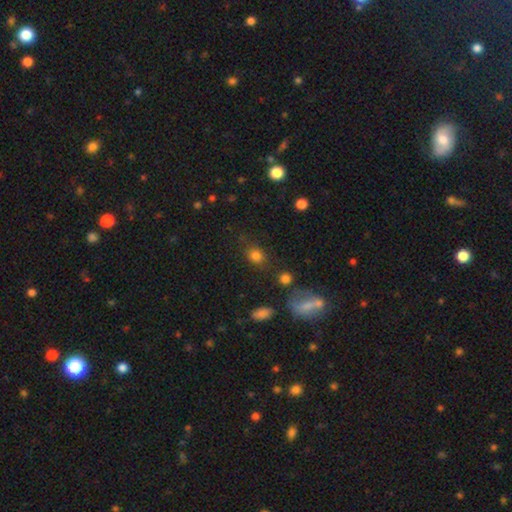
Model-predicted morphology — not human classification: Smooth or featured: smooth — 79% (star or artifact — 14%)
How rounded: round — 55% (in between — 43%)
Merging: none — 75% (minor disturbance — 14%)